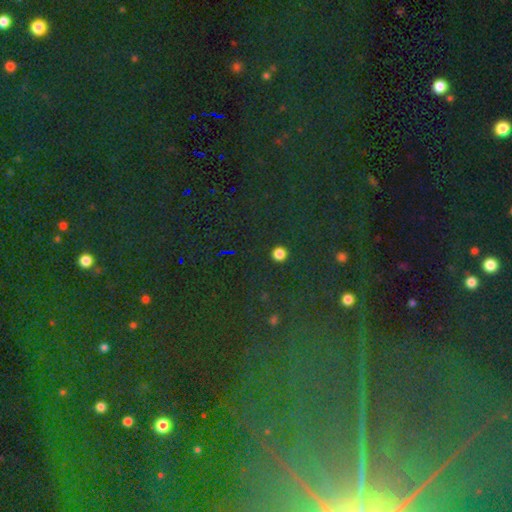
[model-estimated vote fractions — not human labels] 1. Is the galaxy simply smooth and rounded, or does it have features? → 79% star or artifact, 11% smooth, 9% featured or disk.